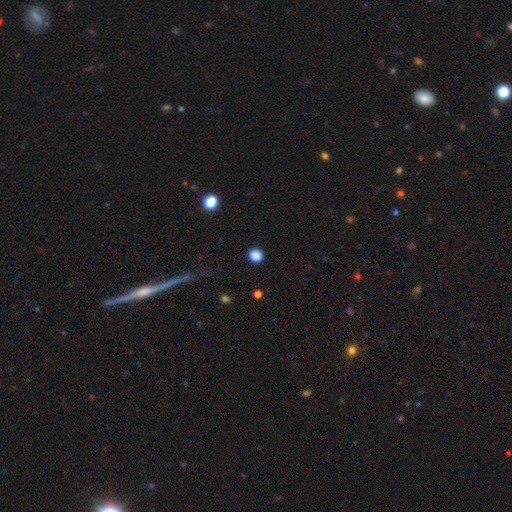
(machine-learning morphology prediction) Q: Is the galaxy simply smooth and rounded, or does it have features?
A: smooth — 86%.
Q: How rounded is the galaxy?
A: round — 66%.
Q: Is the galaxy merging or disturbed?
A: none — 89%.